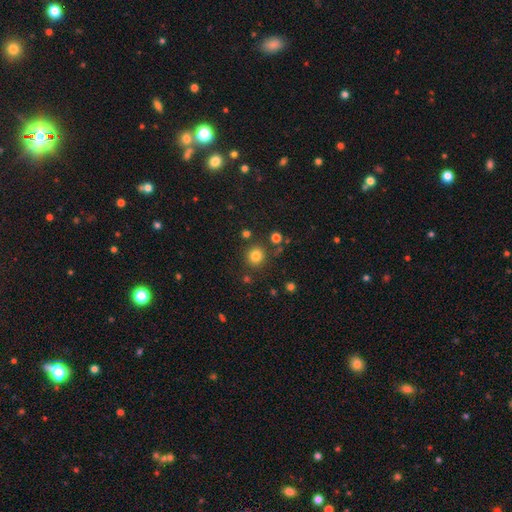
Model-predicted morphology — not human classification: smooth 81%, star or artifact 14%, featured or disk 6%. Down the decision tree: how rounded — round (90%); merging — none (83%).